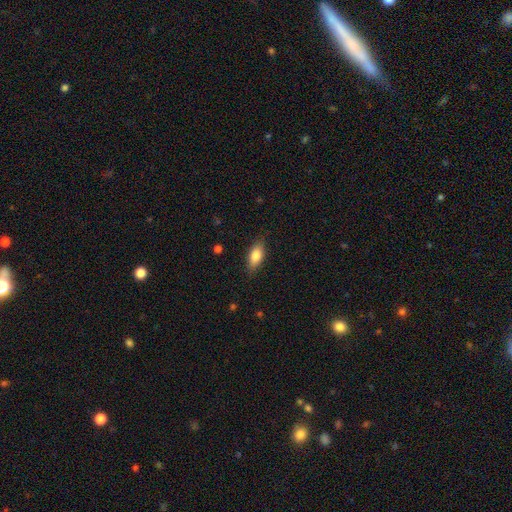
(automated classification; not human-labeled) This appears to be a smooth galaxy with no disk features (80%) that is in between round and cigar-shaped (83%). Merging: none (85%).